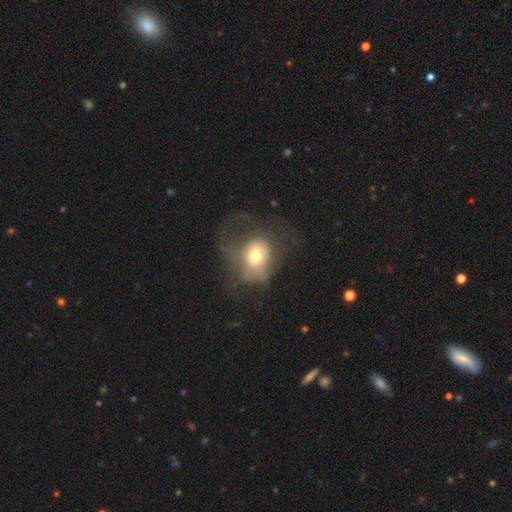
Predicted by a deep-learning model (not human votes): A smooth galaxy with no disk features (62%) that is round (58%).

Vote fractions:
- Smooth or featured? smooth: 62% / featured or disk: 26% / star or artifact: 11%
- How rounded? round: 58% / in between: 41% / cigar-shaped: 1%
- Merging? major disturbance: 46% / none: 30% / minor disturbance: 22% / merger: 2%